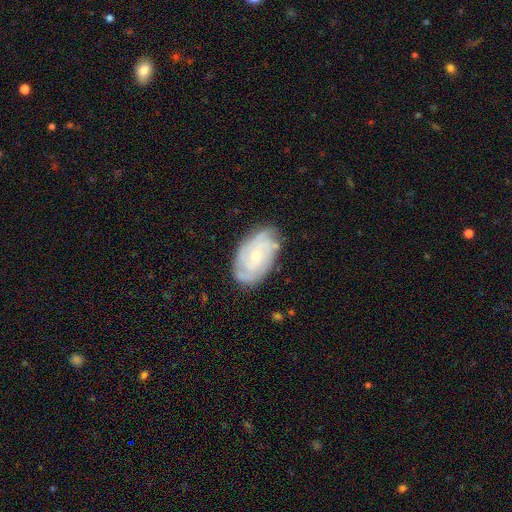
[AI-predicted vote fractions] A featured or disk galaxy (70%) with no bar (74%), tight (68%) spiral arms (89%) and a small central bulge (69%).

Vote fractions:
- Smooth or featured? featured or disk: 70% / smooth: 23% / star or artifact: 7%
- Edge-on disk? no: 95% / yes: 5%
- Bar? no: 74% / weak: 23% / strong: 4%
- Spiral arms? yes: 89% / no: 11%
- Spiral winding? tight: 68% / medium: 25% / loose: 7%
- Spiral arm count? can't tell: 45% / 2: 17% / 3: 16% / 4: 12% / more than 4: 5% / 1: 4%
- Bulge size? small: 69% / moderate: 26% / none: 3% / large: 1% / dominant: 1%
- Merging? none: 75% / minor disturbance: 19% / major disturbance: 5% / merger: 1%